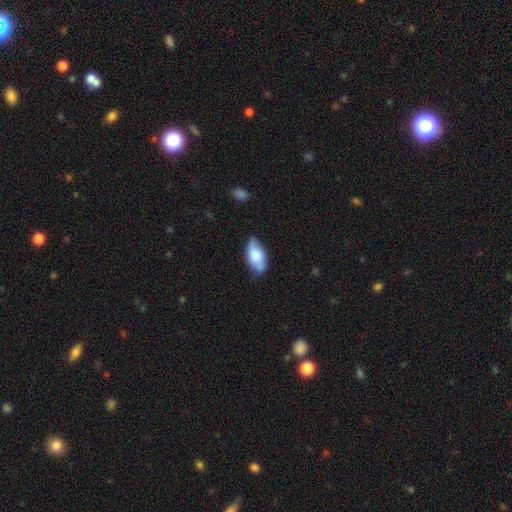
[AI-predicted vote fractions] The model was most divided on "merging": none: 64%, minor disturbance: 29%, major disturbance: 5%, merger: 3%. More confident: how rounded — in between (92%); smooth or featured — smooth (75%).